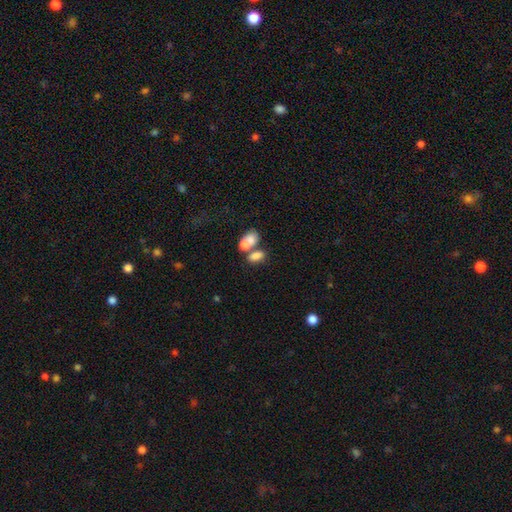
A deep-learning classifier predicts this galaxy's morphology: Smooth or featured? smooth (77%)
How rounded? in between (87%)
Merging? merger (60%)